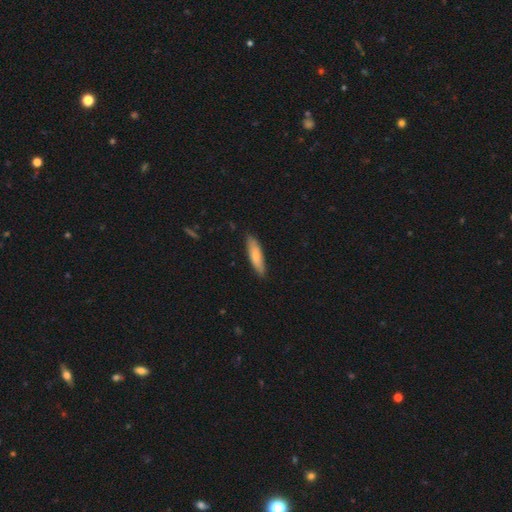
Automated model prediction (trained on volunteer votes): Smooth or featured? Predicted: smooth (p=0.78). How rounded? Predicted: cigar-shaped (p=0.65). Merging? Predicted: none (p=0.83).